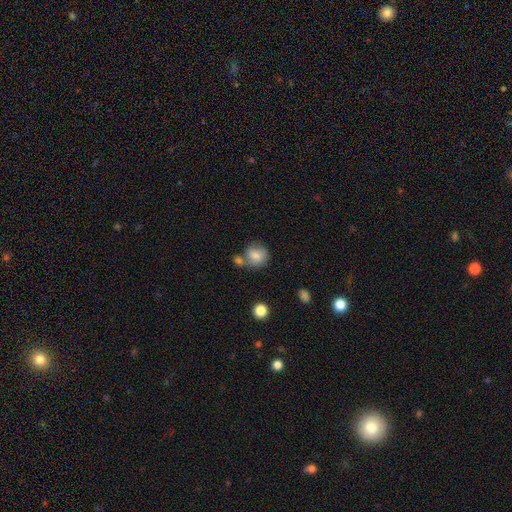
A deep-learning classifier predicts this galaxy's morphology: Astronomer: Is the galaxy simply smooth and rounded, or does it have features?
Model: smooth — 80%.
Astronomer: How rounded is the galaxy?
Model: round — 76%.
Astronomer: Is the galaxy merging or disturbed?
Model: none — 49% (runner-up: merger, 28%).